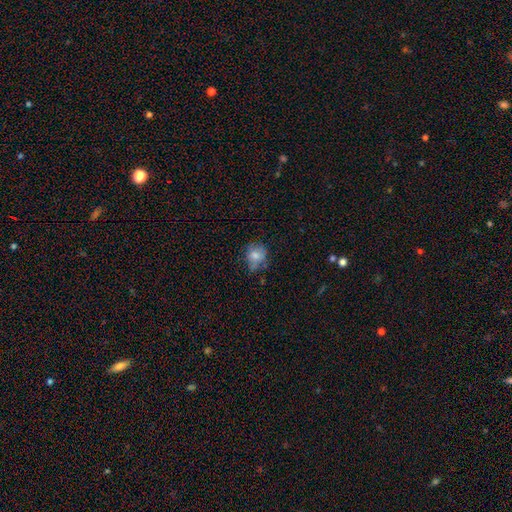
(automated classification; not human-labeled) Smooth or featured? Predicted: smooth (p=0.75). How rounded? Predicted: round (p=0.72). Merging? Predicted: none (p=0.57).